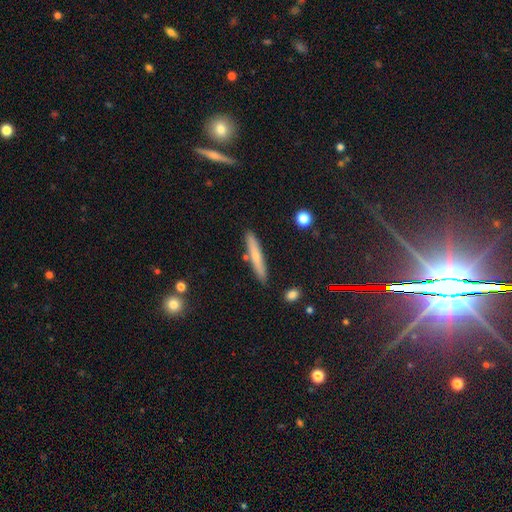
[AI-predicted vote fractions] This appears to be a smooth galaxy with no disk features (57%) that is cigar-shaped (92%). Merging: none (85%).